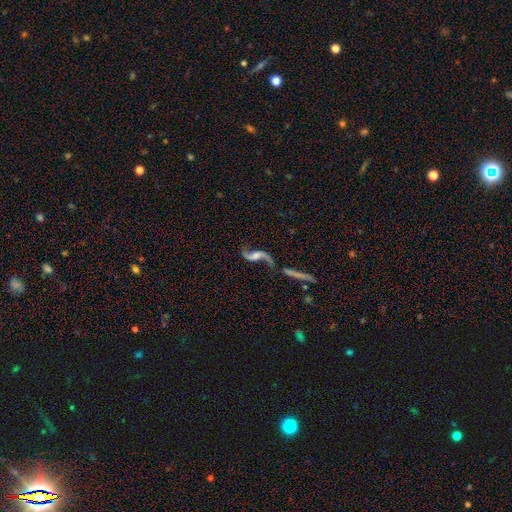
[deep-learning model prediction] Morphology: type=featured or disk (85%); edge-on=no (93%); bar=no (53%); spiral arms=yes (94%); winding=loose (91%); arm count=2 (92%); bulge=moderate (30%); merging=none (56%).